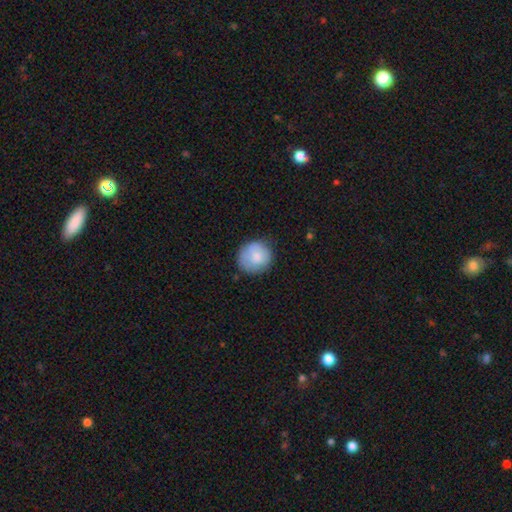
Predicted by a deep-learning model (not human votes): Morphology: type=smooth (78%); roundness=round (90%); merging=none (77%).